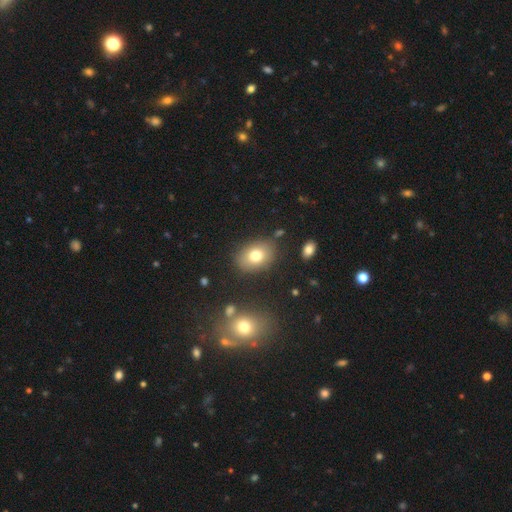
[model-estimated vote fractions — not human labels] smooth 76%, featured or disk 14%, star or artifact 10%. Down the decision tree: how rounded — in between (72%); merging — none (83%).